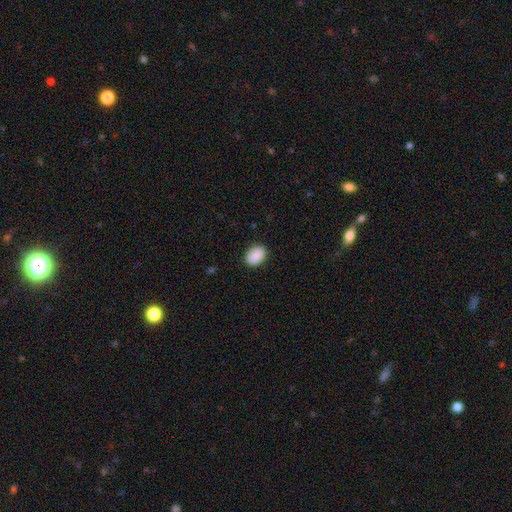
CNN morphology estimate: This appears to be a smooth galaxy with no disk features (90%) that is in between round and cigar-shaped (76%). Merging: none (88%).